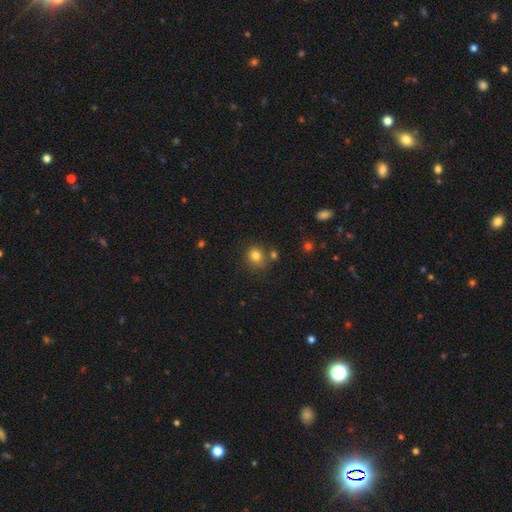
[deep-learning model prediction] Smooth or featured? smooth (81%)
How rounded? round (80%)
Merging? none (74%)